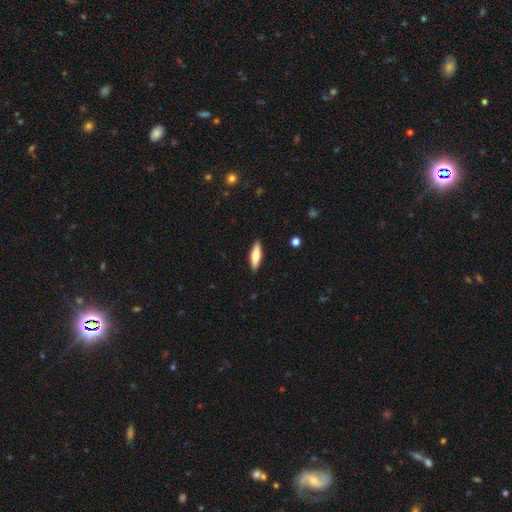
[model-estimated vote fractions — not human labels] smooth-or-featured: smooth: 63% | featured or disk: 31% | star or artifact: 6%
  how-rounded: cigar-shaped: 58% | in between: 40% | round: 2%
  merging: none: 89% | minor disturbance: 8% | major disturbance: 2% | merger: 1%